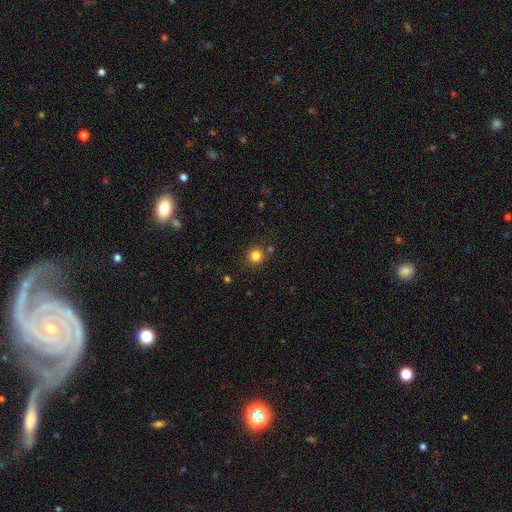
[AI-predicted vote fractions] smooth 83%, star or artifact 12%, featured or disk 5%. Down the decision tree: how rounded — round (92%); merging — none (82%).